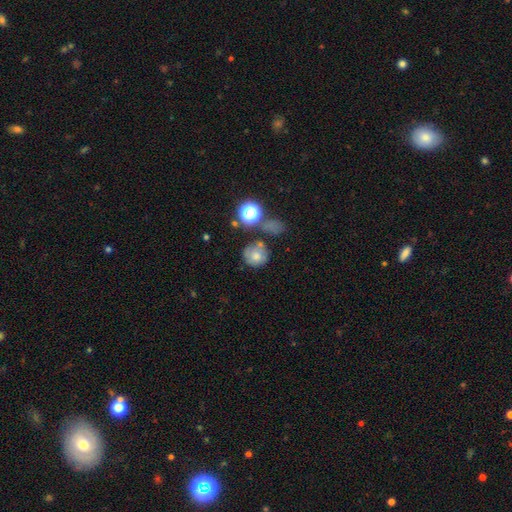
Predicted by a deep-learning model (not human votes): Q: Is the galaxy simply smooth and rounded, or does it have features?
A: smooth — 66%.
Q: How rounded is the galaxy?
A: round — 86%.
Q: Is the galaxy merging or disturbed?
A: none — 55%.